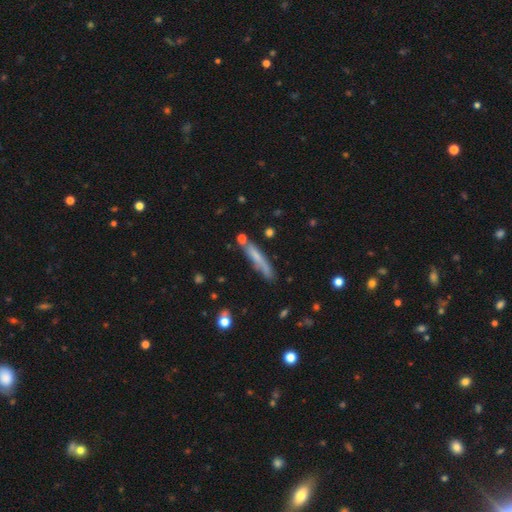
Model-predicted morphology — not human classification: A smooth galaxy with no disk features (59%) that is cigar-shaped (92%).

Vote fractions:
- Smooth or featured? smooth: 59% / featured or disk: 33% / star or artifact: 8%
- How rounded? cigar-shaped: 92% / in between: 6% / round: 2%
- Merging? none: 73% / minor disturbance: 17% / merger: 6% / major disturbance: 4%